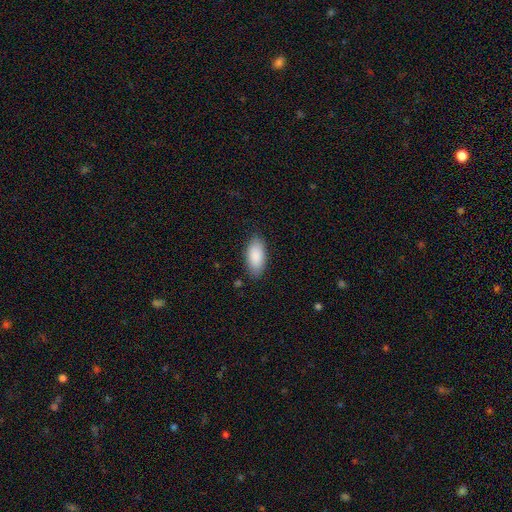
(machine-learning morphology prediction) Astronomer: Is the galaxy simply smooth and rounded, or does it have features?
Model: smooth — 89%.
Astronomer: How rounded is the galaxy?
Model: in between — 91%.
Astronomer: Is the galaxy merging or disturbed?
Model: none — 84%.